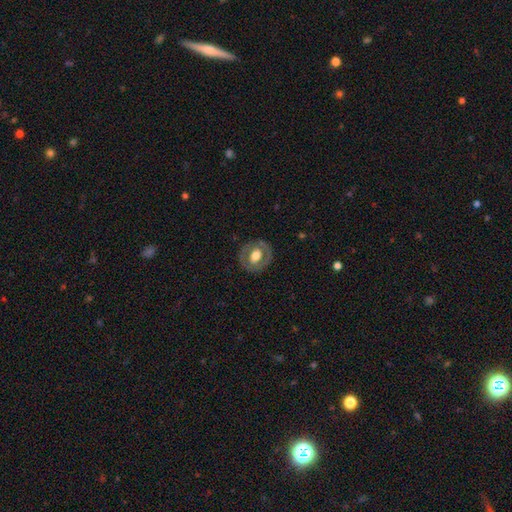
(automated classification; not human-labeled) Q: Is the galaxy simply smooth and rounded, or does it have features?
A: featured or disk — 54%.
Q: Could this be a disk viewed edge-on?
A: no — 95%.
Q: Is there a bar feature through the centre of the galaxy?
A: no — 66%.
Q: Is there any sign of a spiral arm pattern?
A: no — 78%.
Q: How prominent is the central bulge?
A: moderate — 46%.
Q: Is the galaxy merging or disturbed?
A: none — 81%.